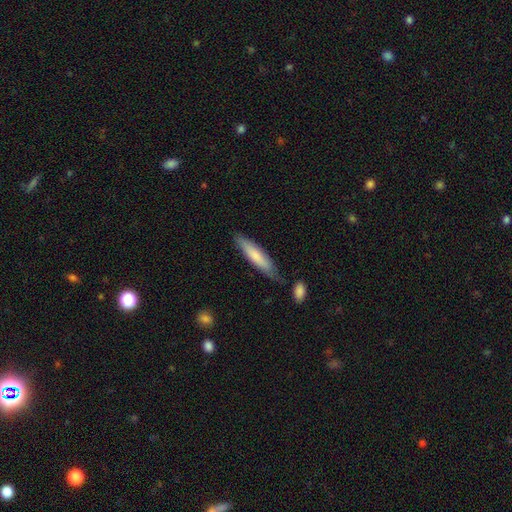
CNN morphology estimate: smooth-or-featured: smooth: 72% | featured or disk: 22% | star or artifact: 5%
  how-rounded: cigar-shaped: 84% | in between: 15% | round: 1%
  merging: none: 74% | minor disturbance: 17% | merger: 5% | major disturbance: 3%